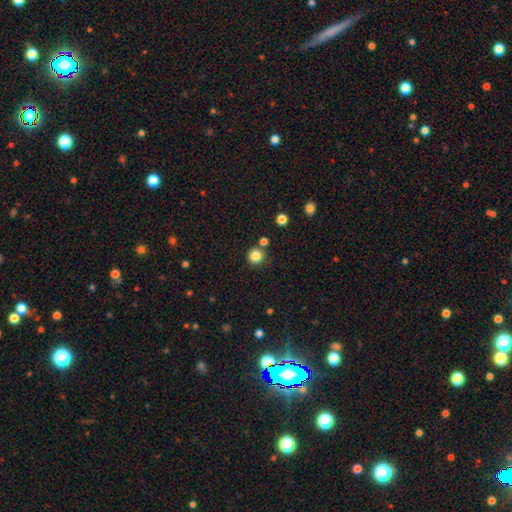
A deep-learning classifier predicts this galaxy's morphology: smooth_or_featured: smooth (p=0.83) [alt: star or artifact p=0.12]
how_rounded: round (p=0.94) [alt: in between p=0.05]
merging: none (p=0.82) [alt: merger p=0.08]